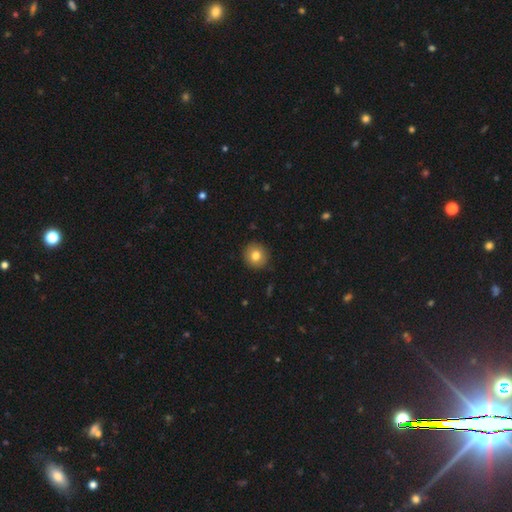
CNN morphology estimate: The model was most divided on "smooth or featured": smooth: 80%, featured or disk: 11%, star or artifact: 9%. More confident: how rounded — round (93%); merging — none (91%).